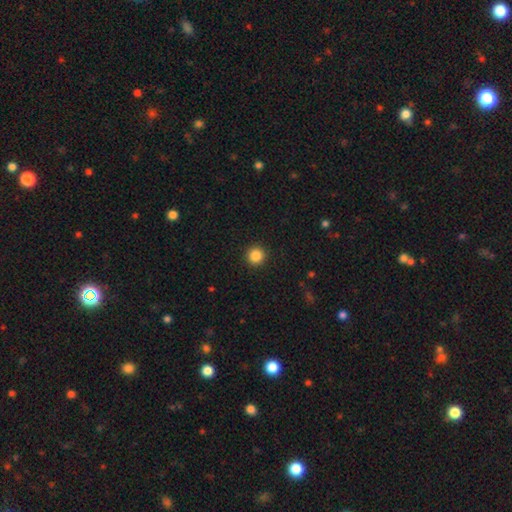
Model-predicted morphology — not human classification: Smooth or featured: smooth — 85% (star or artifact — 11%)
How rounded: round — 95% (in between — 4%)
Merging: none — 93% (minor disturbance — 4%)